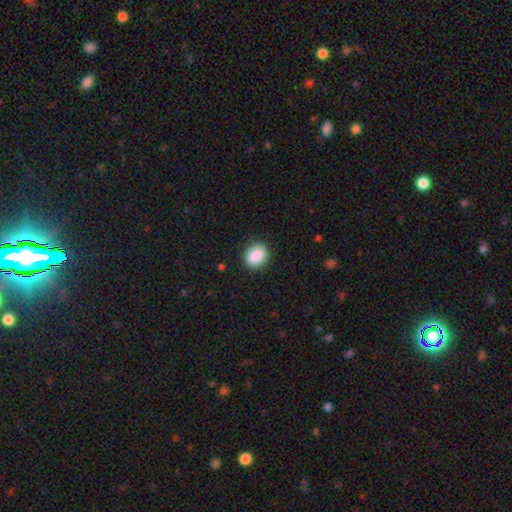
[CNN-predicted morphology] Smooth or featured? Predicted: smooth (p=0.89). How rounded? Predicted: in between (p=0.54). Merging? Predicted: none (p=0.87).